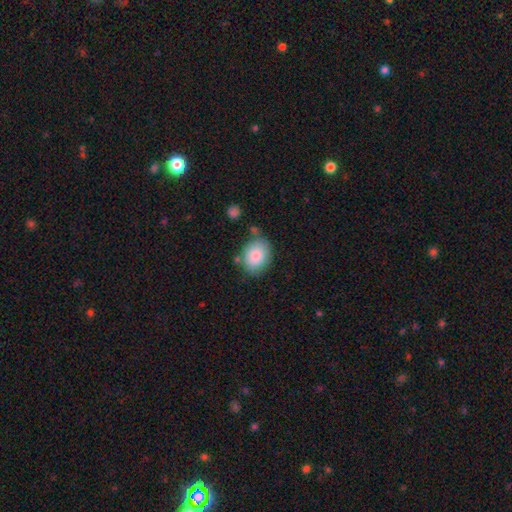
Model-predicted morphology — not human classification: smooth_or_featured: smooth (p=0.85) [alt: featured or disk p=0.08]
how_rounded: in between (p=0.62) [alt: round p=0.37]
merging: none (p=0.71) [alt: minor disturbance p=0.18]